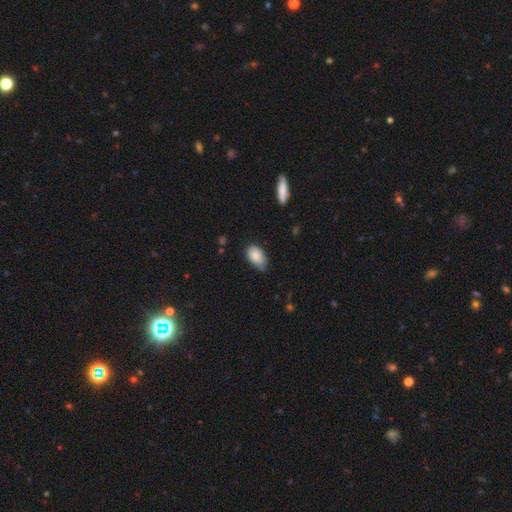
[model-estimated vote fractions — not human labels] Overall: smooth (84%). How rounded: in between (92%). Merging: none (64%; minor disturbance 30%).